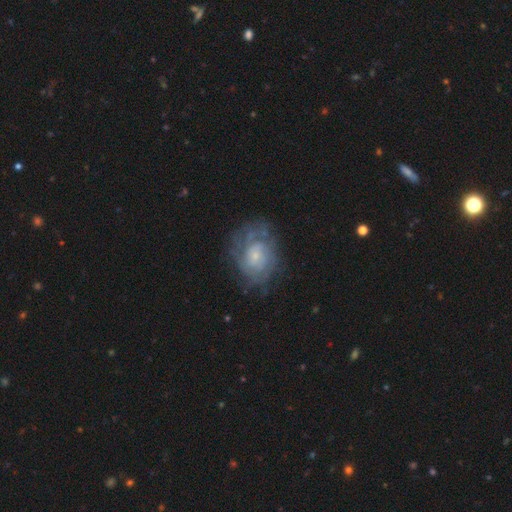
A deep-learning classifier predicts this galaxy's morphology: The model was most divided on "spiral winding": tight: 56%, medium: 31%, loose: 13%. More confident: edge-on disk — no (97%); spiral arms — yes (78%); bar — no (74%); bulge size — small (71%); smooth or featured — featured or disk (69%); merging — none (64%); spiral arm count — can't tell (57%).